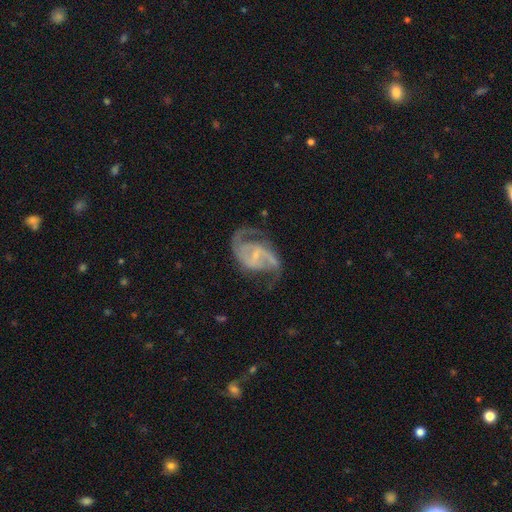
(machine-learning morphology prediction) Q: Smooth or featured?
A: featured or disk (89%); runner-up: smooth (5%)
Q: Edge-on disk?
A: no (98%); runner-up: yes (2%)
Q: Bar?
A: weak (50%); runner-up: strong (25%)
Q: Spiral arms?
A: yes (96%); runner-up: no (4%)
Q: Spiral winding?
A: medium (53%); runner-up: loose (33%)
Q: Spiral arm count?
A: 2 (89%); runner-up: can't tell (4%)
Q: Bulge size?
A: small (59%); runner-up: none (25%)
Q: Merging?
A: none (62%); runner-up: minor disturbance (18%)